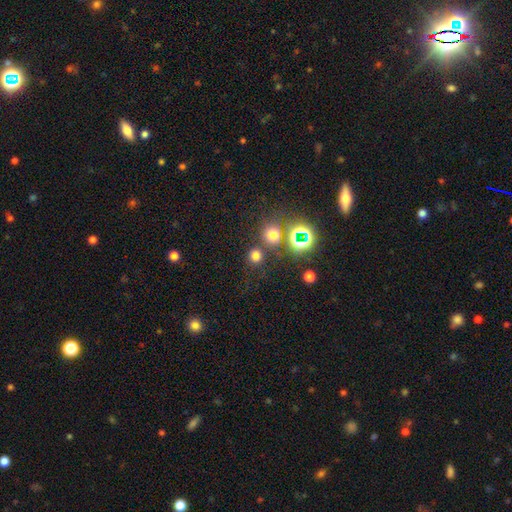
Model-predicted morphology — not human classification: Smooth or featured? smooth (68%)
How rounded? round (90%)
Merging? none (77%)